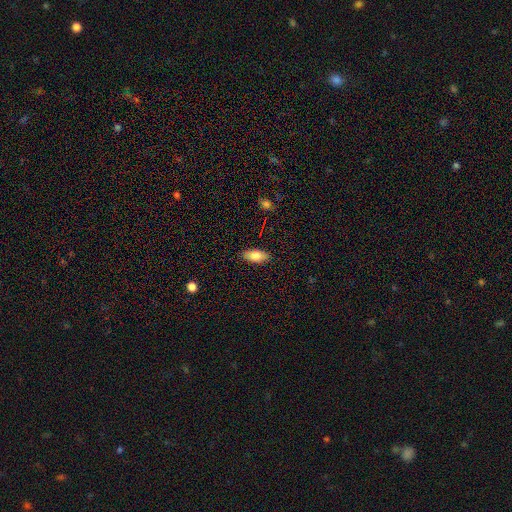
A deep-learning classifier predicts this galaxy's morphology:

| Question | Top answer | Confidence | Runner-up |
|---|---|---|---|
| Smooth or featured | smooth | 80% | featured or disk (13%) |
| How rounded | in between | 86% | cigar-shaped (11%) |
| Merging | none | 88% | minor disturbance (9%) |